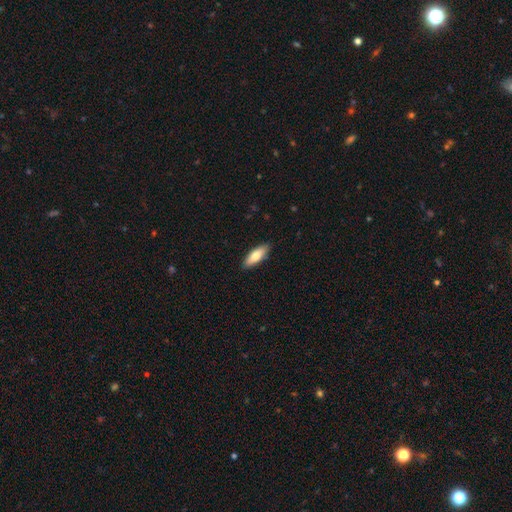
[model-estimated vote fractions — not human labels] smooth-or-featured: smooth: 76% | featured or disk: 19% | star or artifact: 6%
  how-rounded: in between: 59% | cigar-shaped: 39% | round: 2%
  merging: none: 89% | minor disturbance: 9% | major disturbance: 2% | merger: 1%